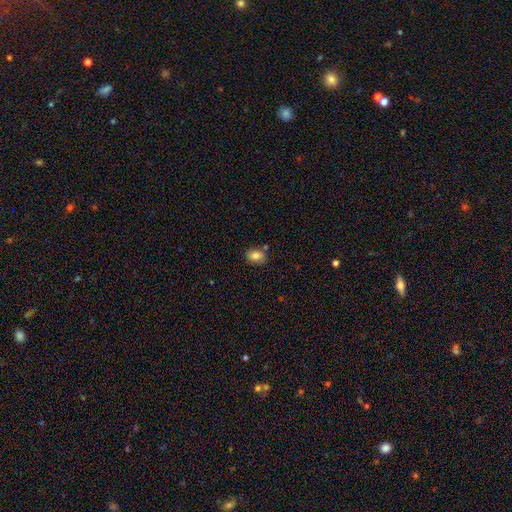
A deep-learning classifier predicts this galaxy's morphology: type=smooth (82%); roundness=in between (68%); merging=none (75%).